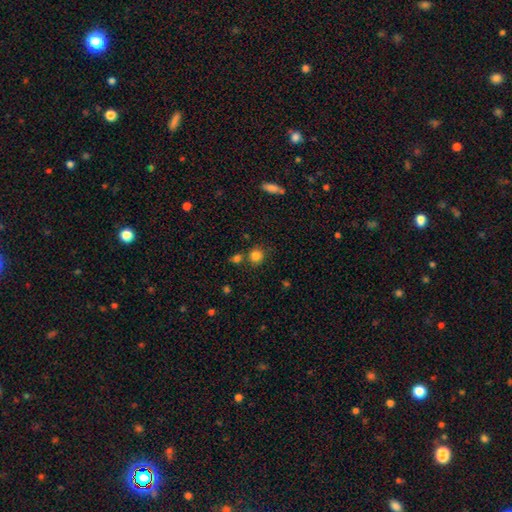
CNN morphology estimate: smooth-or-featured: smooth: 83% | star or artifact: 12% | featured or disk: 5%
  how-rounded: round: 86% | in between: 13% | cigar-shaped: 1%
  merging: none: 73% | merger: 13% | minor disturbance: 10% | major disturbance: 3%